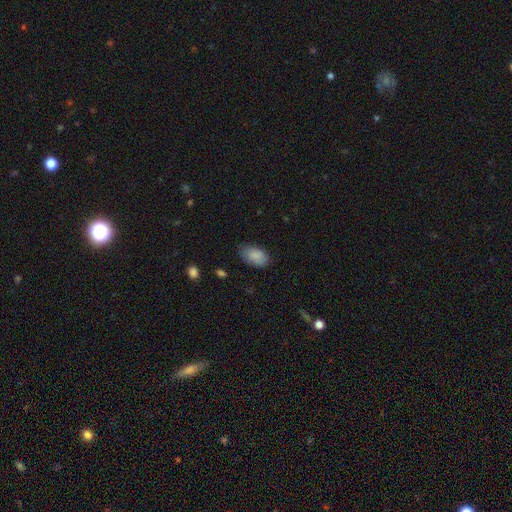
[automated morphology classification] Q: Smooth or featured?
A: smooth (87%); runner-up: star or artifact (7%)
Q: How rounded?
A: in between (93%); runner-up: round (6%)
Q: Merging?
A: none (73%); runner-up: minor disturbance (21%)